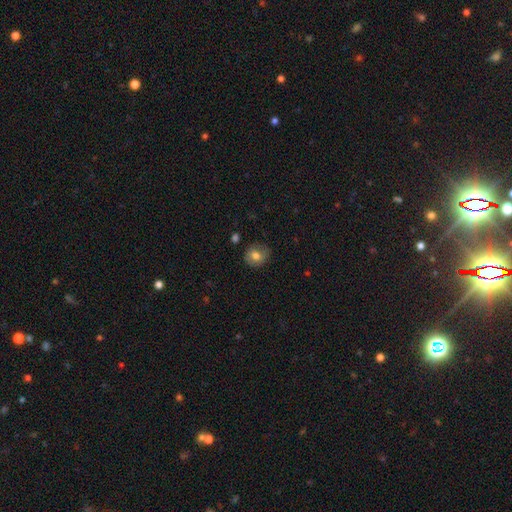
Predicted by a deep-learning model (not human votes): This is likely a smooth galaxy (72%). How rounded: likely round (77%). Merging: likely none (78%).